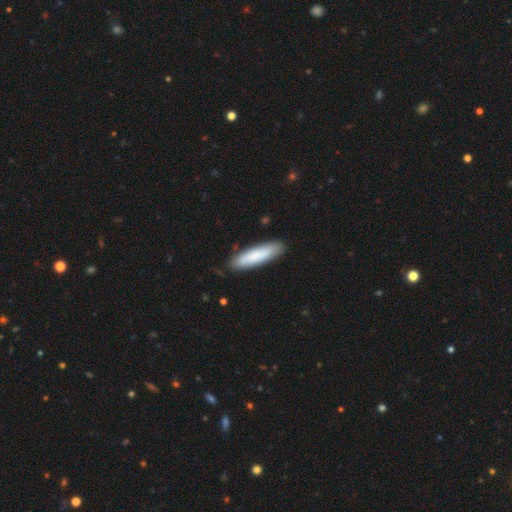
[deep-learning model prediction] A smooth galaxy with no disk features (79%) that is cigar-shaped (73%).

Vote fractions:
- Smooth or featured? smooth: 79% / featured or disk: 15% / star or artifact: 5%
- How rounded? cigar-shaped: 73% / in between: 25% / round: 1%
- Merging? none: 86% / minor disturbance: 11% / major disturbance: 2% / merger: 1%